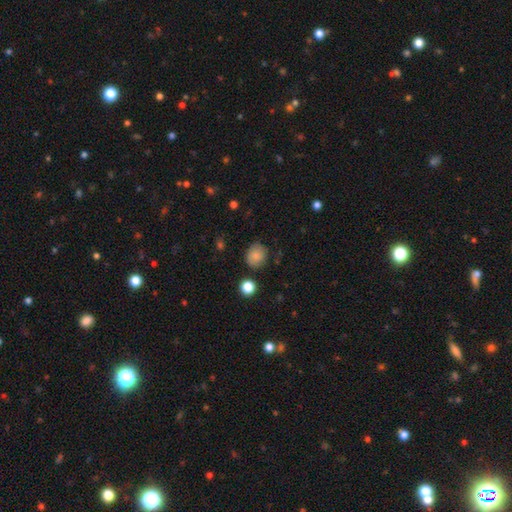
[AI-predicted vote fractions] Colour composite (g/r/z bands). It shows a smooth galaxy with no disk features (81%) that is round (71%). Merging: none (76%).